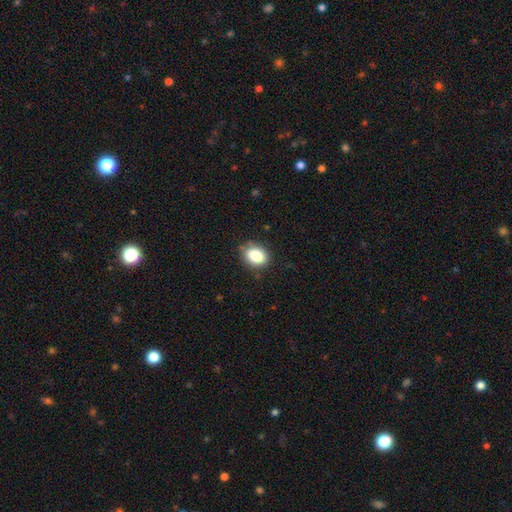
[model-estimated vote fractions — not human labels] Morphology: type=smooth (86%); roundness=in between (61%); merging=none (83%).